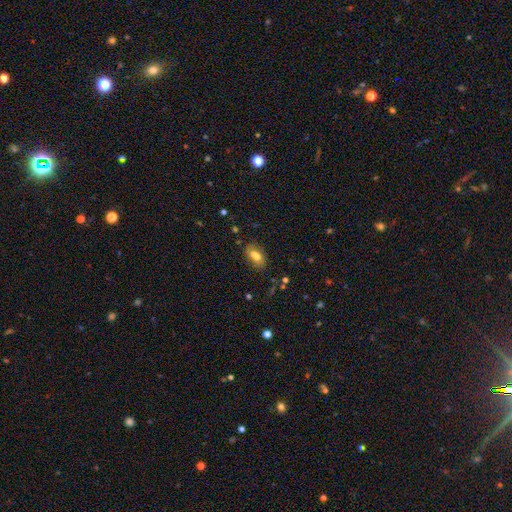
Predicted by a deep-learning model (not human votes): This is likely a smooth galaxy (70%). How rounded: clearly in between (83%). Merging: likely none (61%).